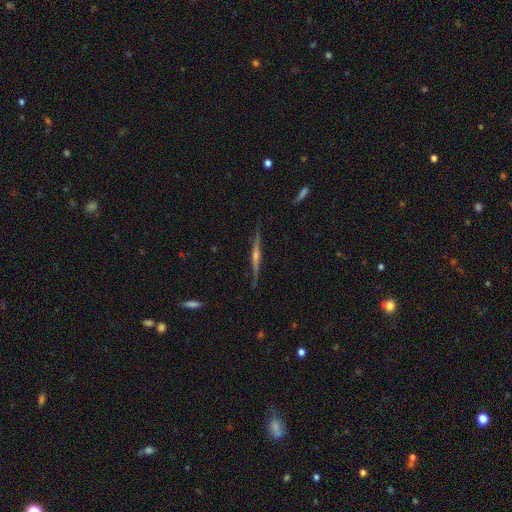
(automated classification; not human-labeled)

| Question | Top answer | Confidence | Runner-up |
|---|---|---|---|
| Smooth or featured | featured or disk | 80% | smooth (14%) |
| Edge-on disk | yes | 98% | no (2%) |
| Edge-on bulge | rounded | 77% | none (14%) |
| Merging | none | 87% | minor disturbance (10%) |